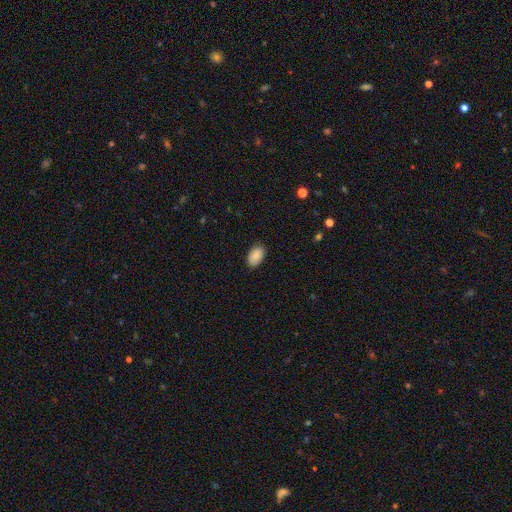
Morphology: type=smooth (88%); roundness=in between (91%); merging=none (78%).